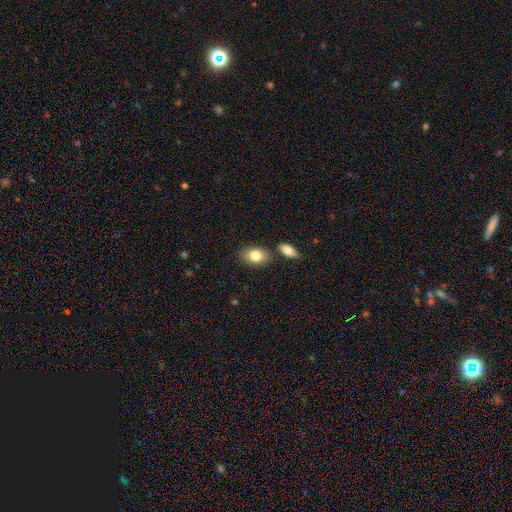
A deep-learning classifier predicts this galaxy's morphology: type=smooth (82%); roundness=in between (84%); merging=none (74%).